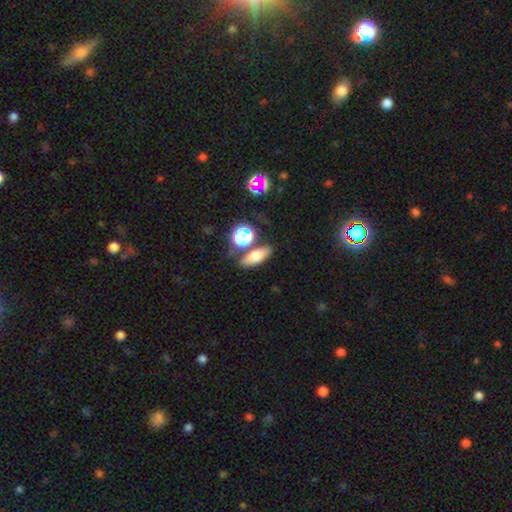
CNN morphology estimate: This appears to be a smooth galaxy with no disk features (66%) that is in between round and cigar-shaped (68%). Merging: none (70%).